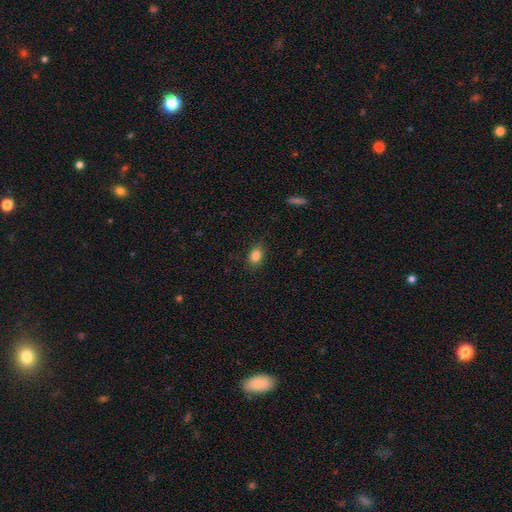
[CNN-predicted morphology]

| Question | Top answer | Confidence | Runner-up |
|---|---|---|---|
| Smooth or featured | smooth | 84% | star or artifact (10%) |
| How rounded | in between | 73% | round (25%) |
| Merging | none | 84% | minor disturbance (12%) |